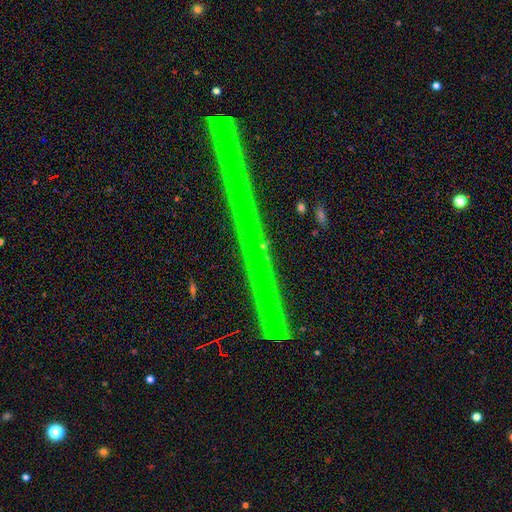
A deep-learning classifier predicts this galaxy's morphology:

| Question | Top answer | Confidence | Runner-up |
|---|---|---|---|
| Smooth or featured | star or artifact | 82% | featured or disk (13%) |